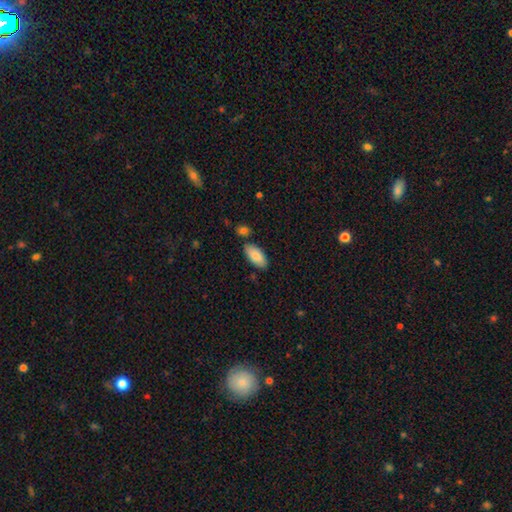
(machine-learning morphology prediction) Q: Smooth or featured?
A: smooth (85%); runner-up: featured or disk (9%)
Q: How rounded?
A: in between (92%); runner-up: cigar-shaped (6%)
Q: Merging?
A: none (80%); runner-up: minor disturbance (12%)